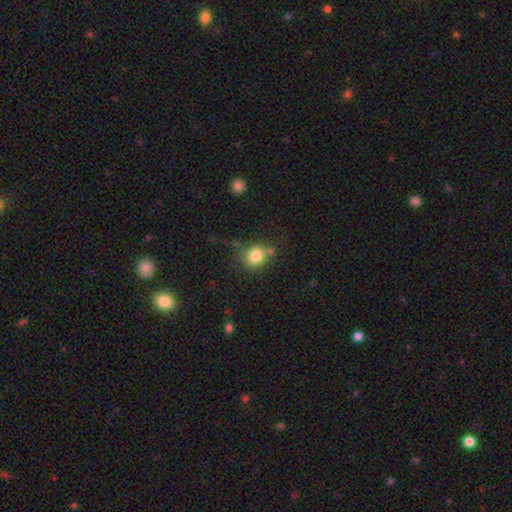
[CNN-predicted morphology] smooth 81%, star or artifact 11%, featured or disk 8%. Down the decision tree: how rounded — round (78%); merging — none (64%).